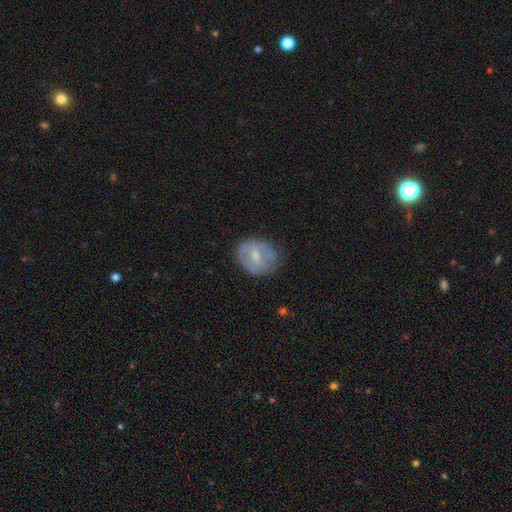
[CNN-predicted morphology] smooth-or-featured: featured or disk: 50% | smooth: 43% | star or artifact: 7%
  merging: none: 66% | minor disturbance: 24% | major disturbance: 9% | merger: 1%